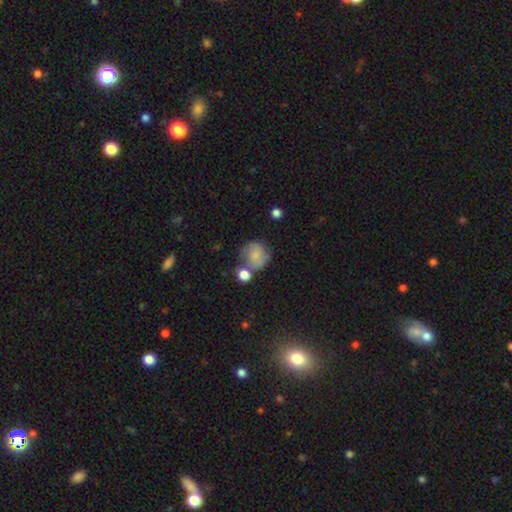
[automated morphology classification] smooth-or-featured: smooth: 46% | featured or disk: 45% | star or artifact: 9%
  merging: none: 51% | minor disturbance: 21% | merger: 18% | major disturbance: 10%